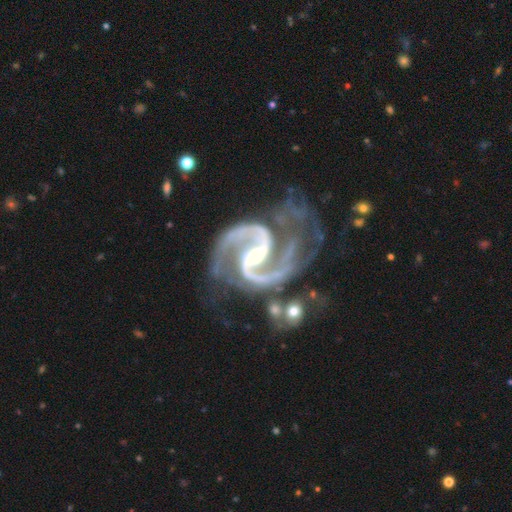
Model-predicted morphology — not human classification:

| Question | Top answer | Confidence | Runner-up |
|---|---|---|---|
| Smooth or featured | featured or disk | 94% | star or artifact (4%) |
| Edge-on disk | no | 98% | yes (2%) |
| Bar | strong | 45% | weak (37%) |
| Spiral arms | yes | 99% | no (1%) |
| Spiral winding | medium | 64% | loose (21%) |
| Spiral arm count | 2 | 90% | 3 (3%) |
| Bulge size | small | 57% | moderate (39%) |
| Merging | none | 48% | minor disturbance (23%) |